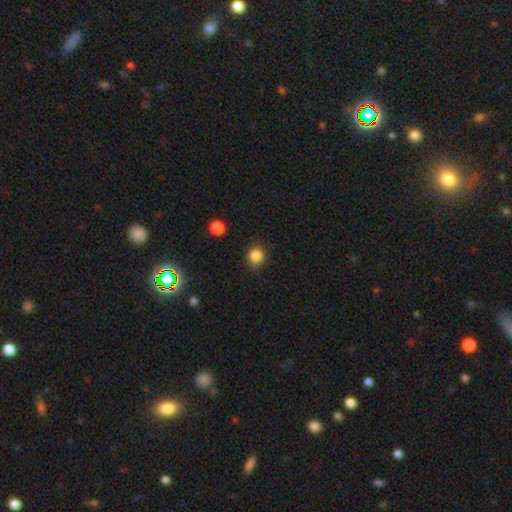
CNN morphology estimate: Smooth or featured?
  - smooth: 85% *
  - star or artifact: 11%
  - featured or disk: 4%
How rounded?
  - round: 85% *
  - in between: 15%
  - cigar-shaped: 1%
Merging?
  - none: 79% *
  - minor disturbance: 15%
  - major disturbance: 4%
  - merger: 2%